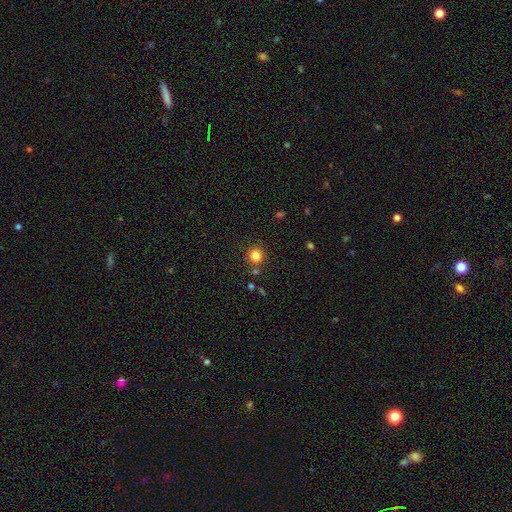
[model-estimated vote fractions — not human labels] The model was most divided on "smooth or featured": smooth: 83%, star or artifact: 13%, featured or disk: 5%. More confident: how rounded — round (93%); merging — none (83%).